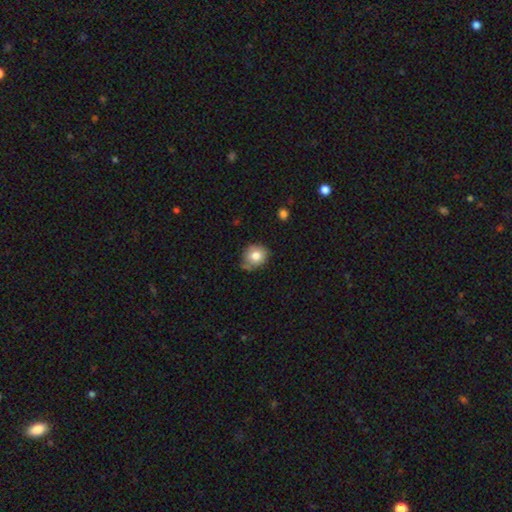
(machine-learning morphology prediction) This is likely a smooth galaxy (80%). How rounded: likely round (73%). Merging: likely none (64%).